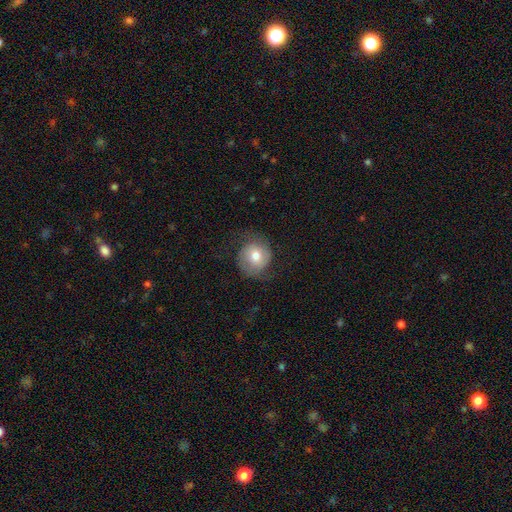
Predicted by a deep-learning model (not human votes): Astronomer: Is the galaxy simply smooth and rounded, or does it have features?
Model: featured or disk — 49% (runner-up: smooth, 43%).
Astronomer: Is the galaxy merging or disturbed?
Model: none — 69%.